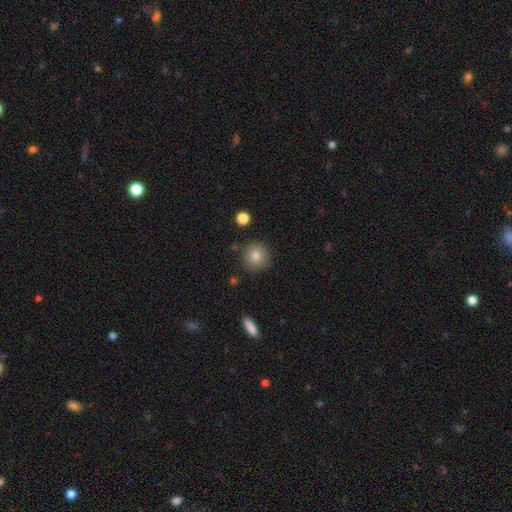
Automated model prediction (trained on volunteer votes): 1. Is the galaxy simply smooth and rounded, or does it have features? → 81% smooth, 10% star or artifact, 9% featured or disk.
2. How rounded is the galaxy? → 92% round, 7% in between, 1% cigar-shaped.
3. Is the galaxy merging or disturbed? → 86% none, 9% minor disturbance, 3% merger, 2% major disturbance.